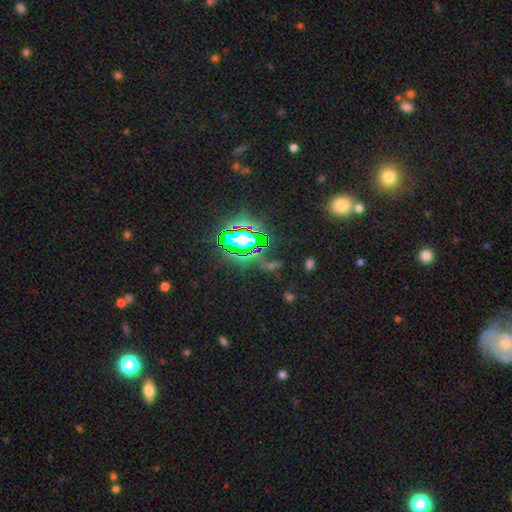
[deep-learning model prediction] Smooth or featured: star or artifact — 78% (smooth — 13%)